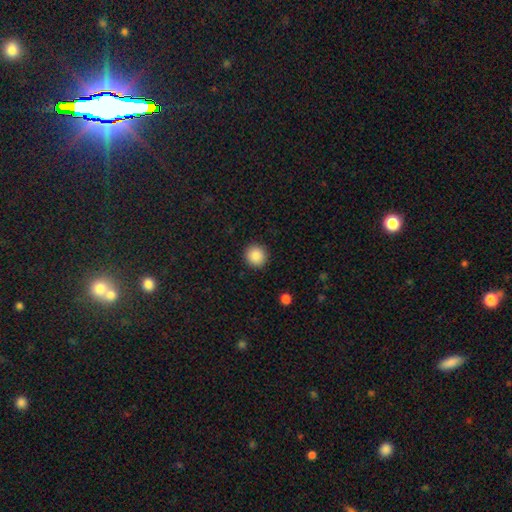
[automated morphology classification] Smooth or featured? smooth (88%)
How rounded? round (93%)
Merging? none (92%)